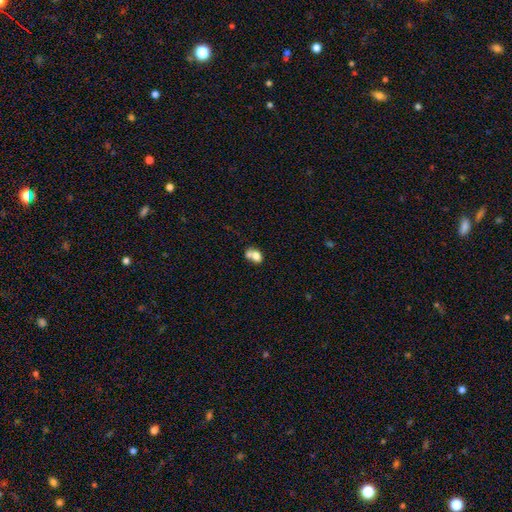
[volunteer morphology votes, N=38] type=smooth (71%); roundness=in between (74%); merging=none (47%).